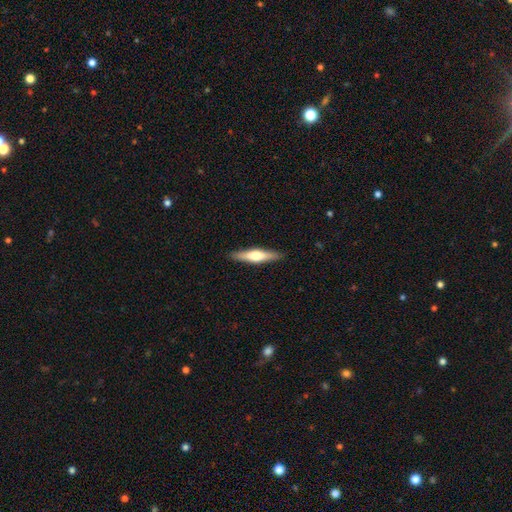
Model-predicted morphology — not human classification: Smooth or featured? featured or disk (53%)
Edge-on disk? yes (95%)
Edge-on bulge? rounded (90%)
Merging? none (90%)